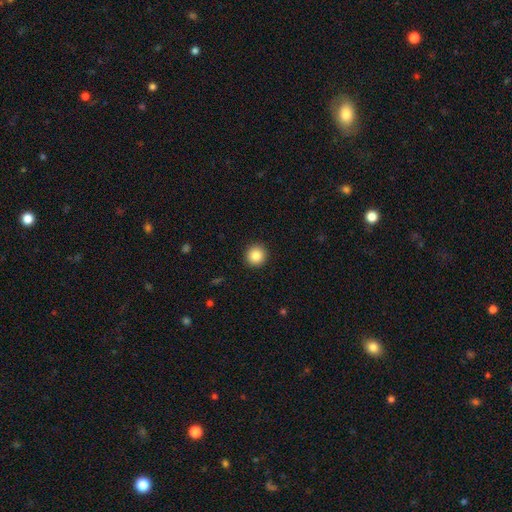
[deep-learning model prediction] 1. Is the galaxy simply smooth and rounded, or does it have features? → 86% smooth, 9% star or artifact, 5% featured or disk.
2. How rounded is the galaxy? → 94% round, 5% in between, 1% cigar-shaped.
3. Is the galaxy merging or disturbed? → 93% none, 5% minor disturbance, 2% major disturbance, 1% merger.